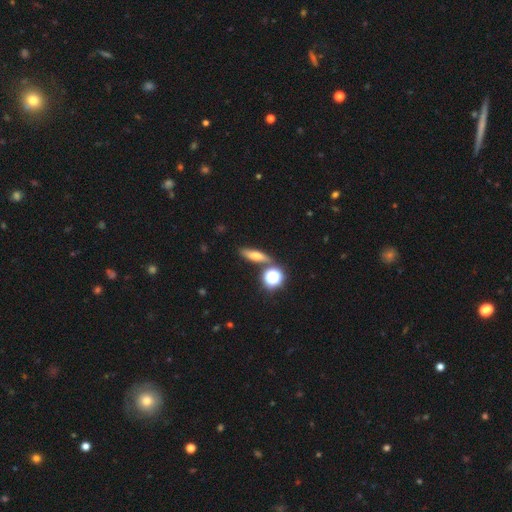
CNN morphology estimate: Q: Smooth or featured?
A: smooth (58%); runner-up: featured or disk (25%)
Q: How rounded?
A: cigar-shaped (46%); runner-up: in between (37%)
Q: Merging?
A: none (75%); runner-up: minor disturbance (12%)